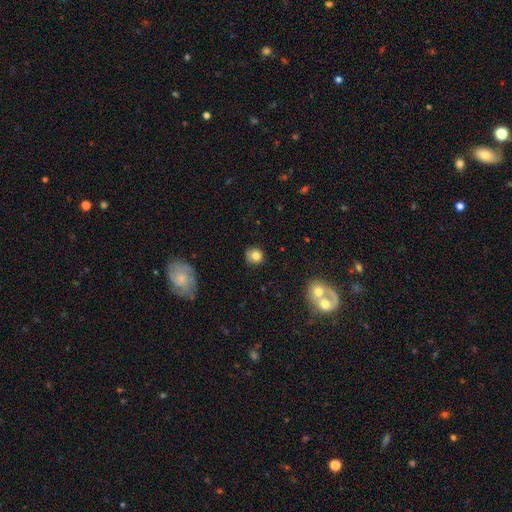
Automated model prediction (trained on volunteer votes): smooth_or_featured: smooth (p=0.81) [alt: star or artifact p=0.10]
how_rounded: round (p=0.88) [alt: in between p=0.11]
merging: none (p=0.77) [alt: minor disturbance p=0.17]